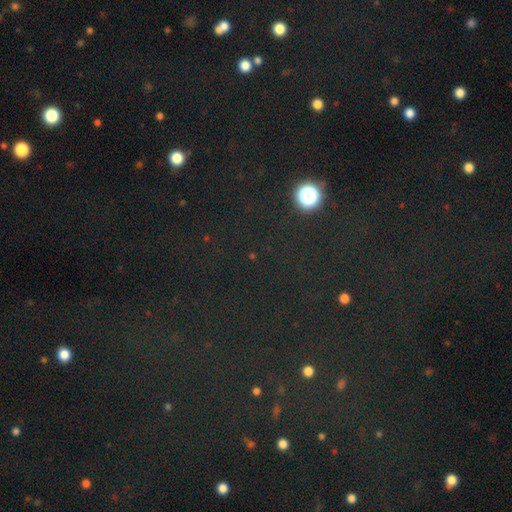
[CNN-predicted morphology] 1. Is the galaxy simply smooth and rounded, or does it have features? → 76% star or artifact, 17% smooth, 7% featured or disk.